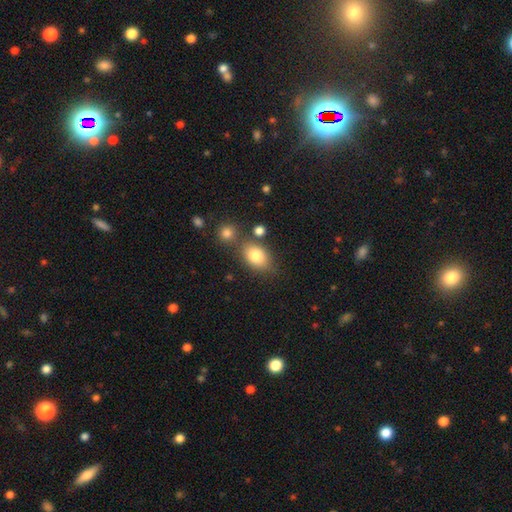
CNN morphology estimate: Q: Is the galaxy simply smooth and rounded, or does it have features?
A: smooth — 80%.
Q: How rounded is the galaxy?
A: in between — 77%.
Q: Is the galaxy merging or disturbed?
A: none — 66%.